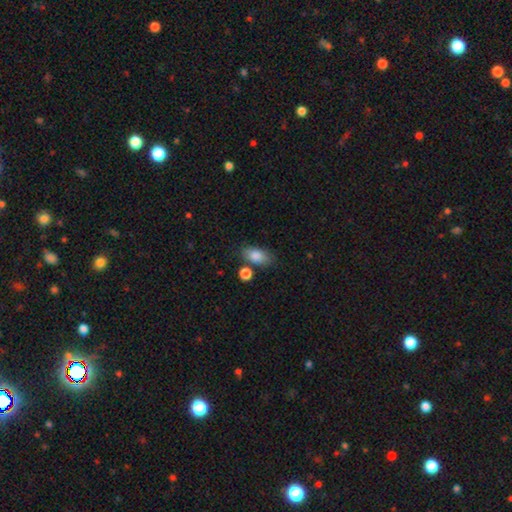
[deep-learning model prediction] The model was most divided on "merging": none: 71%, minor disturbance: 14%, merger: 11%, major disturbance: 4%. More confident: how rounded — in between (88%); smooth or featured — smooth (85%).